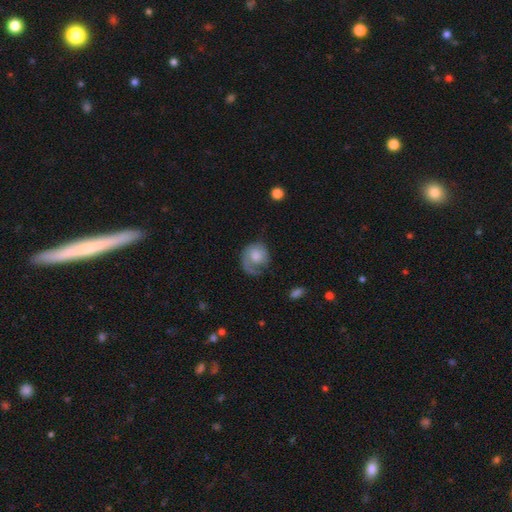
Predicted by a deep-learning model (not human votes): This appears to be a featured or disk galaxy (51%). Merging: none (46%).